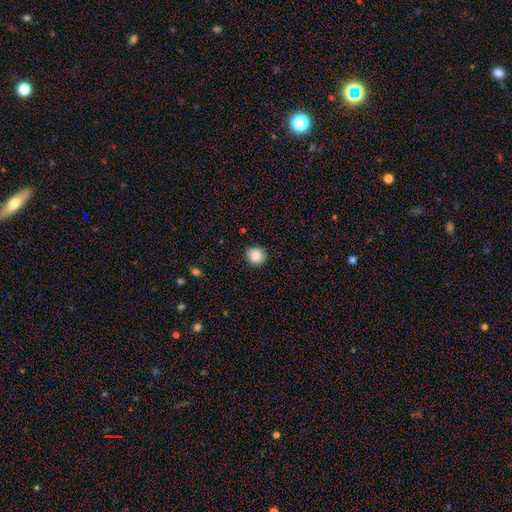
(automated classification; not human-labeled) Smooth or featured? smooth (86%)
How rounded? round (90%)
Merging? none (88%)